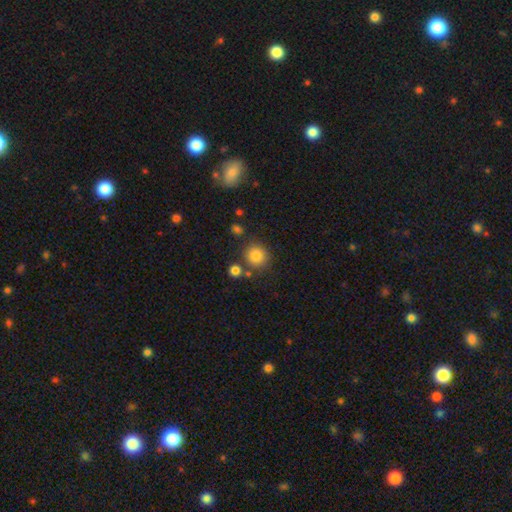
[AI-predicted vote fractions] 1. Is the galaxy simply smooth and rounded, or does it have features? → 84% smooth, 10% star or artifact, 6% featured or disk.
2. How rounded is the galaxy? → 91% round, 8% in between, 1% cigar-shaped.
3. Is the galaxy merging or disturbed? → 78% none, 10% minor disturbance, 8% merger, 3% major disturbance.